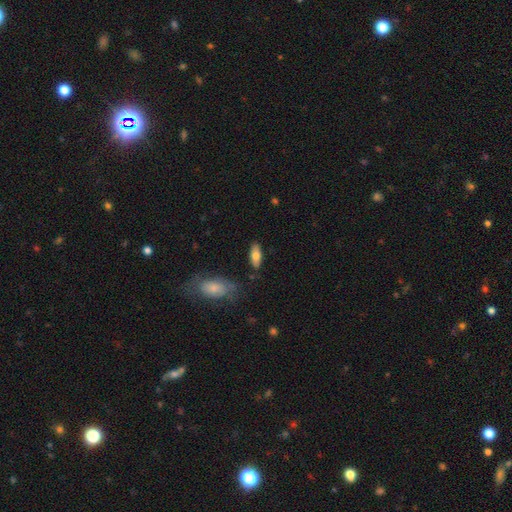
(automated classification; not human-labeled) This is likely a smooth galaxy (74%). How rounded: likely in between (76%). Merging: clearly none (82%).